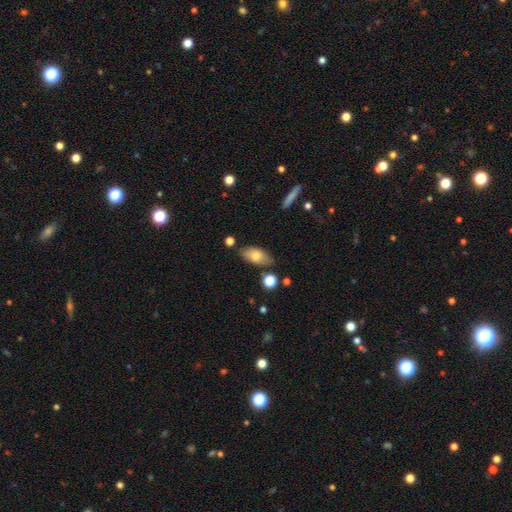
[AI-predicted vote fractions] A smooth galaxy with no disk features (76%) that is in between round and cigar-shaped (90%). Merging: none (78%).